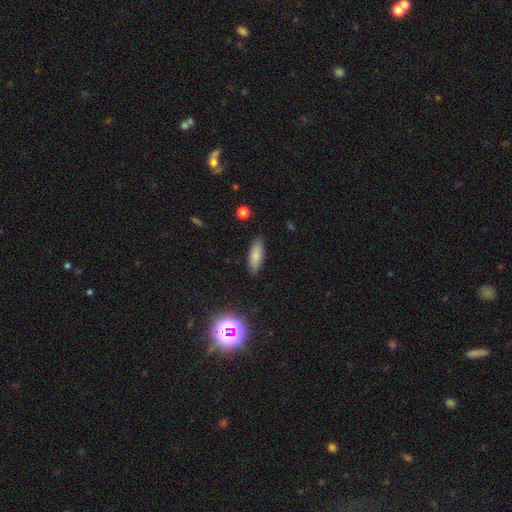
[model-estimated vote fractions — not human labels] The model was most divided on "how rounded": in between: 69%, cigar-shaped: 29%, round: 2%. More confident: merging — none (86%); smooth or featured — smooth (81%).